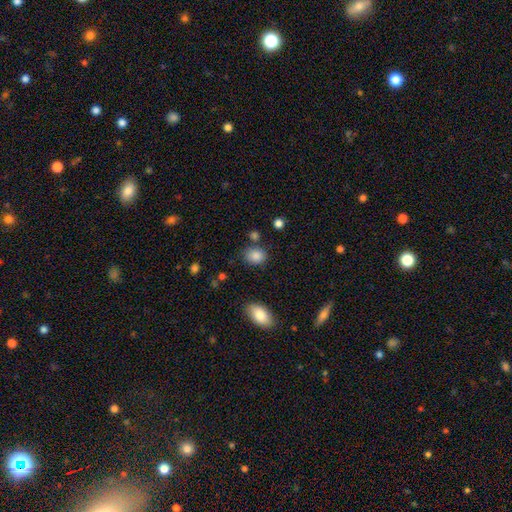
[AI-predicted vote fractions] smooth-or-featured: smooth: 86% | star or artifact: 9% | featured or disk: 5%
  how-rounded: in between: 51% | round: 48% | cigar-shaped: 1%
  merging: none: 75% | minor disturbance: 14% | merger: 7% | major disturbance: 4%